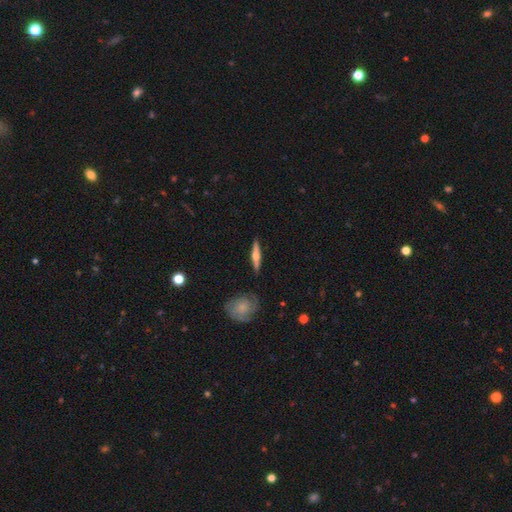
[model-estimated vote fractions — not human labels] Overall: featured or disk (59%; smooth 35%). Edge-on disk: yes (95%). Edge-on bulge: rounded (90%). Merging: none (88%).